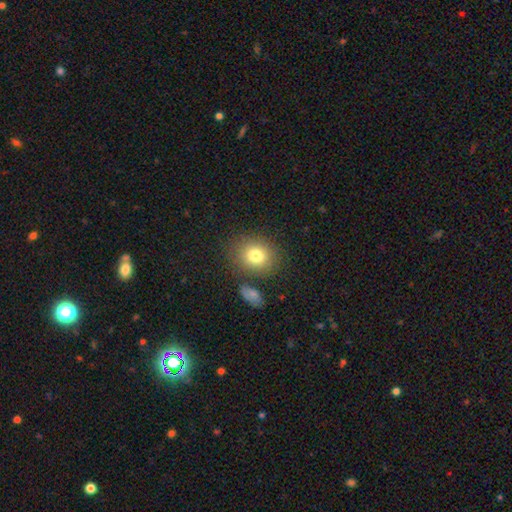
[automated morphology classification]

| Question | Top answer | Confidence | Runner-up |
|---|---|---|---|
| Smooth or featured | smooth | 78% | star or artifact (11%) |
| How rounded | round | 65% | in between (34%) |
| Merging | none | 79% | minor disturbance (11%) |